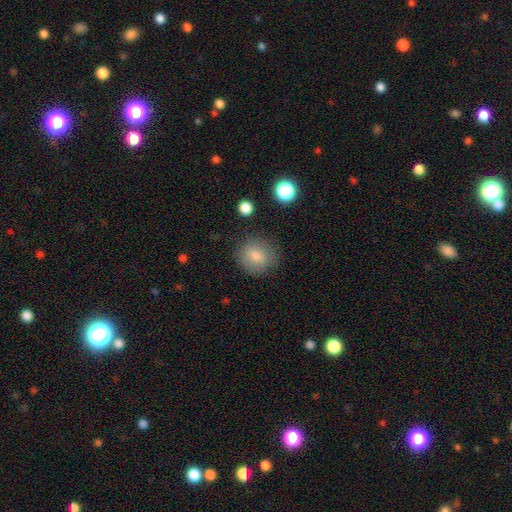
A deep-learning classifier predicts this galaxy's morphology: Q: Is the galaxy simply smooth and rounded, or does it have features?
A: smooth — 77%.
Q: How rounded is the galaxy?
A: round — 78%.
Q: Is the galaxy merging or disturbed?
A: none — 83%.